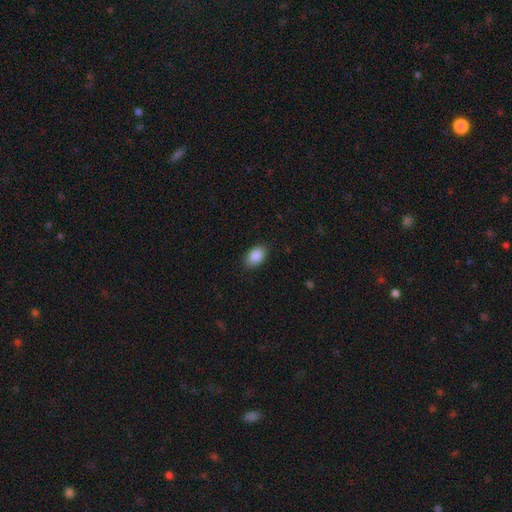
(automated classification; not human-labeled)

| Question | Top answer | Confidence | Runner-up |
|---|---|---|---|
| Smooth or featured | smooth | 89% | star or artifact (7%) |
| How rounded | in between | 90% | round (8%) |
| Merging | none | 86% | minor disturbance (10%) |